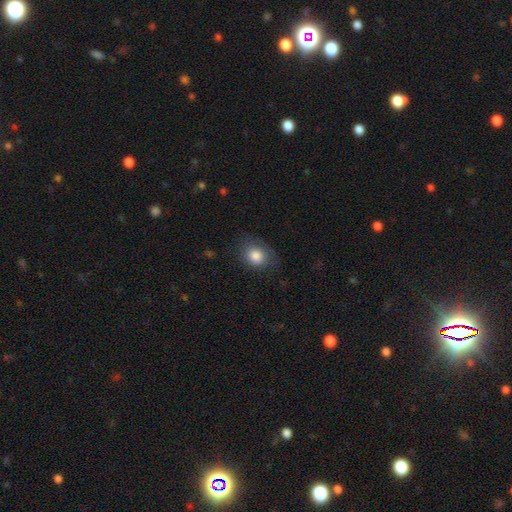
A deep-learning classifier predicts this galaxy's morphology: Smooth or featured? Predicted: smooth (p=0.84). How rounded? Predicted: round (p=0.55). Merging? Predicted: none (p=0.70).